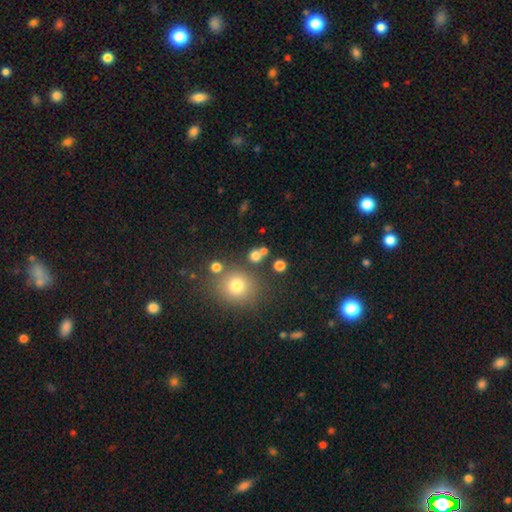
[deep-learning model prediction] Overall: smooth (73%). How rounded: round (84%). Merging: none (69%).